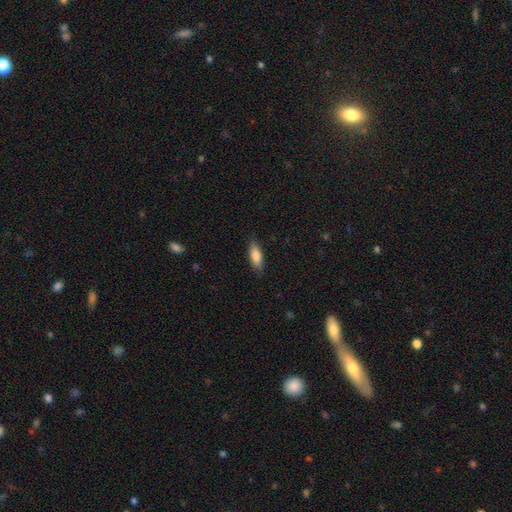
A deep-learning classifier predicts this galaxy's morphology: smooth-or-featured: smooth: 82% | featured or disk: 12% | star or artifact: 6%
  how-rounded: in between: 67% | cigar-shaped: 30% | round: 2%
  merging: none: 85% | minor disturbance: 12% | major disturbance: 2% | merger: 1%